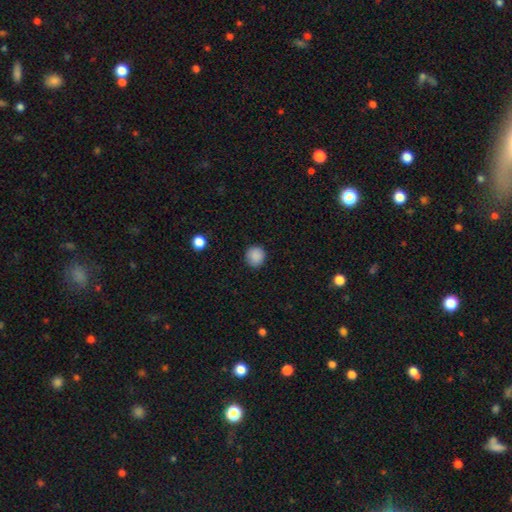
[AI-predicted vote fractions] Morphology: type=smooth (88%); roundness=round (90%); merging=none (90%).